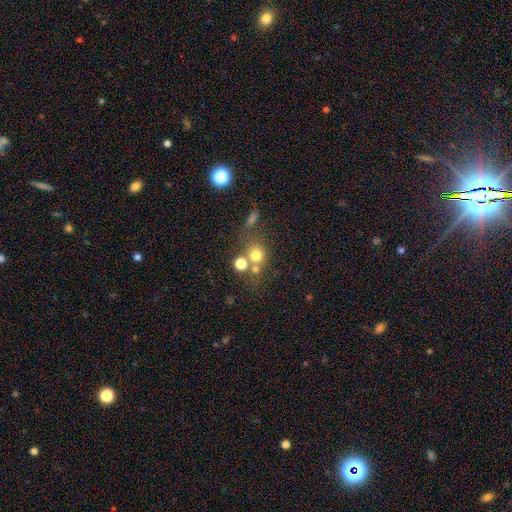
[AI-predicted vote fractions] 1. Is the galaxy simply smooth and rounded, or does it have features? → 69% smooth, 17% star or artifact, 14% featured or disk.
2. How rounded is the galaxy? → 77% round, 21% in between, 2% cigar-shaped.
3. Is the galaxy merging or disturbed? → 49% none, 35% merger, 10% minor disturbance, 7% major disturbance.